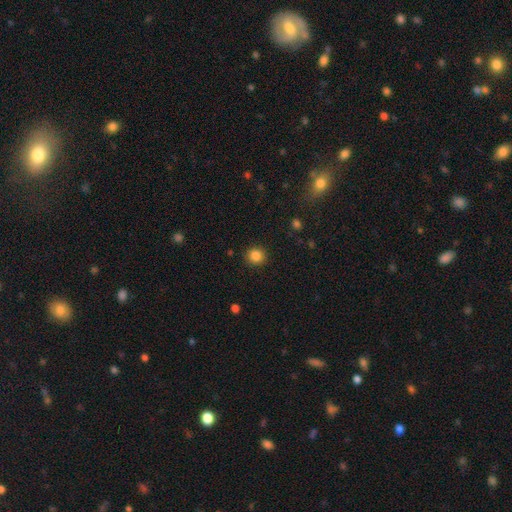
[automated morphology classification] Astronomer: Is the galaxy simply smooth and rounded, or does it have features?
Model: smooth — 85%.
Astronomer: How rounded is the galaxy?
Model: round — 91%.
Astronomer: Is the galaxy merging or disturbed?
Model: none — 91%.